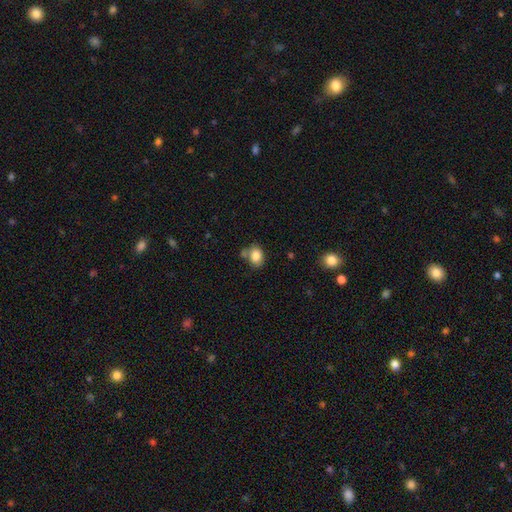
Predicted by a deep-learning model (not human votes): This is clearly a smooth galaxy (84%). How rounded: likely in between (62%). Merging: likely none (60%).